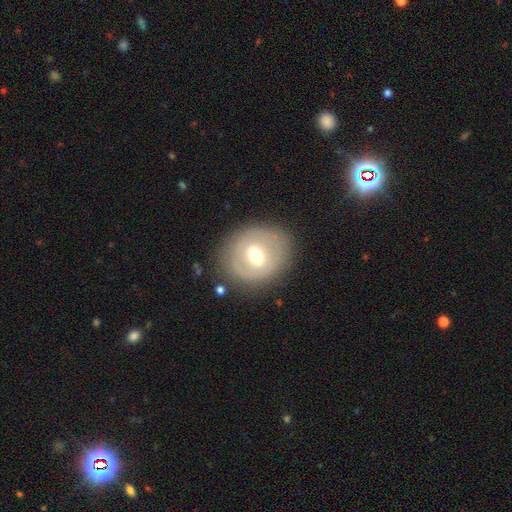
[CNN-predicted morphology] This appears to be a featured or disk galaxy (47%). Merging: none (80%).